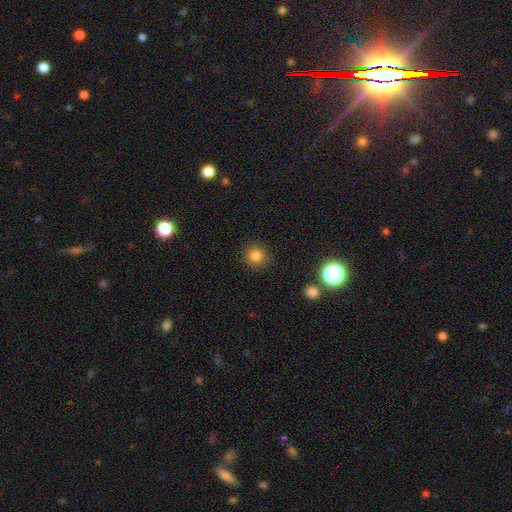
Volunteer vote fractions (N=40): Smooth or featured? 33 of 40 (82%) said smooth. How rounded? 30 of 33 (91%) said round. Merging? 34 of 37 (92%) said none.